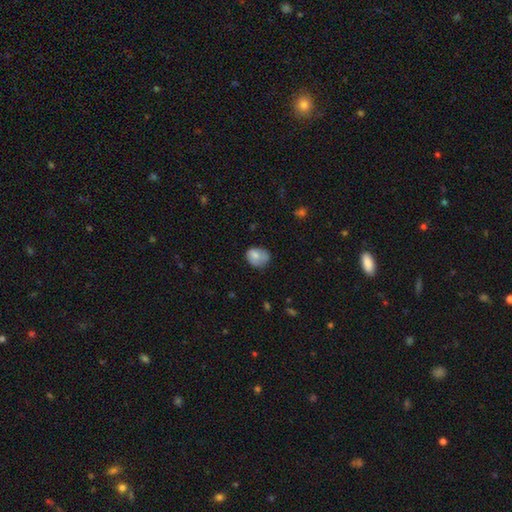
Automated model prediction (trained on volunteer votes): This is likely a smooth galaxy (76%). How rounded: possibly in between (50%). Merging: possibly none (49%).